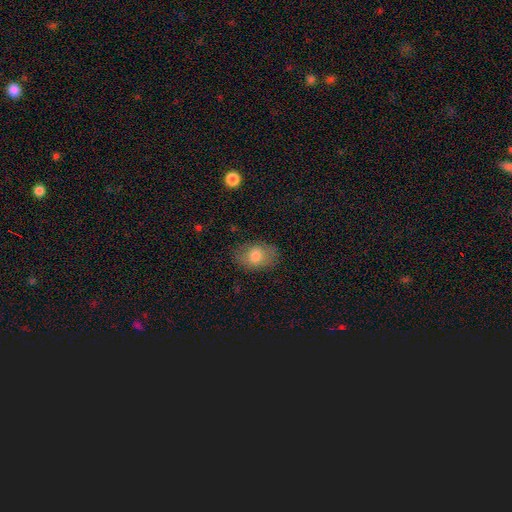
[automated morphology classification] smooth-or-featured: smooth: 77% | featured or disk: 15% | star or artifact: 8%
  how-rounded: in between: 81% | round: 18% | cigar-shaped: 1%
  merging: none: 80% | minor disturbance: 15% | major disturbance: 4% | merger: 1%